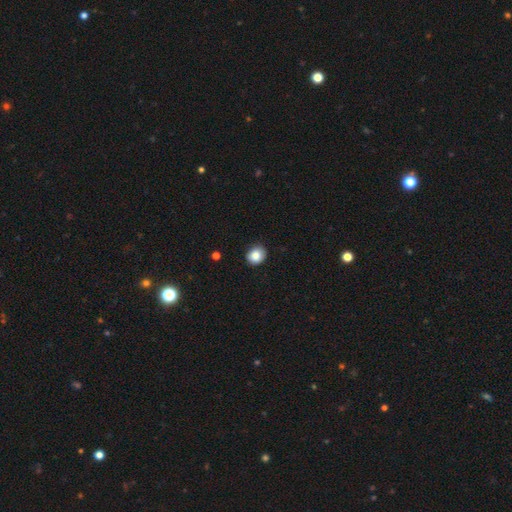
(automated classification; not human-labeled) A smooth galaxy with no disk features (86%) that is round (70%).

Vote fractions:
- Smooth or featured? smooth: 86% / star or artifact: 9% / featured or disk: 5%
- How rounded? round: 70% / in between: 30% / cigar-shaped: 1%
- Merging? none: 82% / minor disturbance: 14% / major disturbance: 3% / merger: 1%